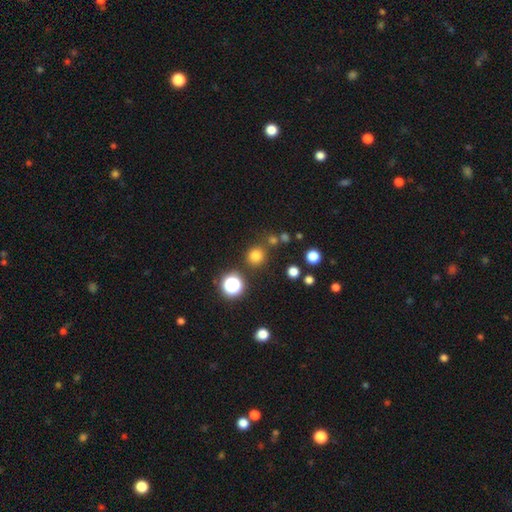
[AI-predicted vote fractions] Smooth or featured? smooth (76%)
How rounded? round (93%)
Merging? none (81%)